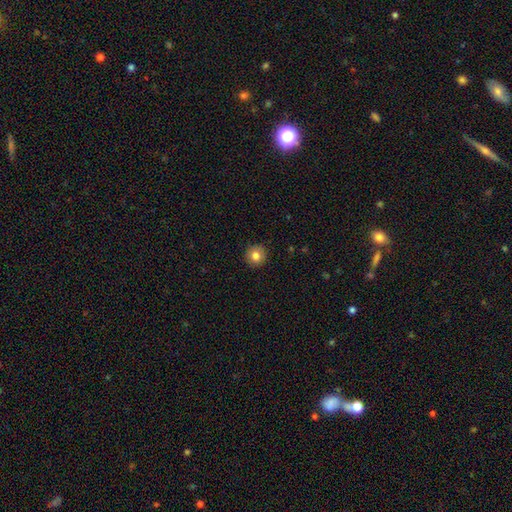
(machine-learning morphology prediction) This is clearly a smooth galaxy (81%). How rounded: clearly round (94%). Merging: clearly none (91%).